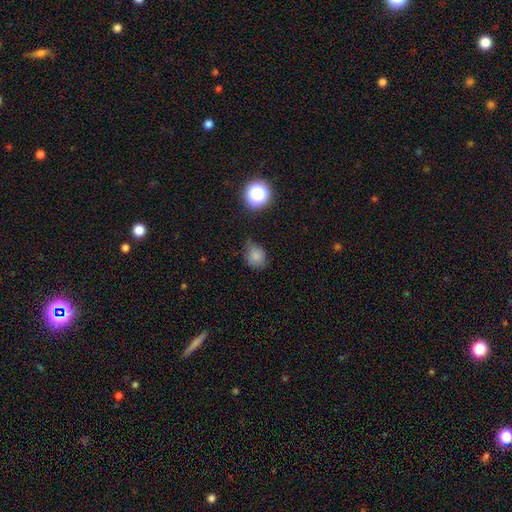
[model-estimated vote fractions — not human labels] Smooth or featured?
  - smooth: 79% *
  - star or artifact: 15%
  - featured or disk: 6%
How rounded?
  - round: 68% *
  - in between: 31%
  - cigar-shaped: 1%
Merging?
  - none: 58% *
  - minor disturbance: 31%
  - major disturbance: 7%
  - merger: 3%